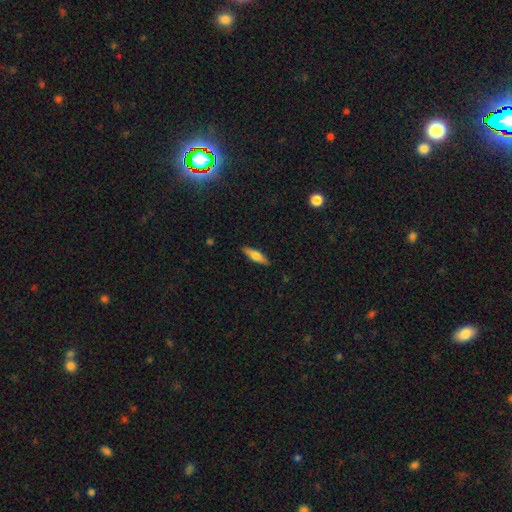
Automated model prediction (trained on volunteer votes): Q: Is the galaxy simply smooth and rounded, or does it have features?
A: smooth — 58%.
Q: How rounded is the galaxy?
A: cigar-shaped — 64%.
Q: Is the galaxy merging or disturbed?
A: none — 89%.